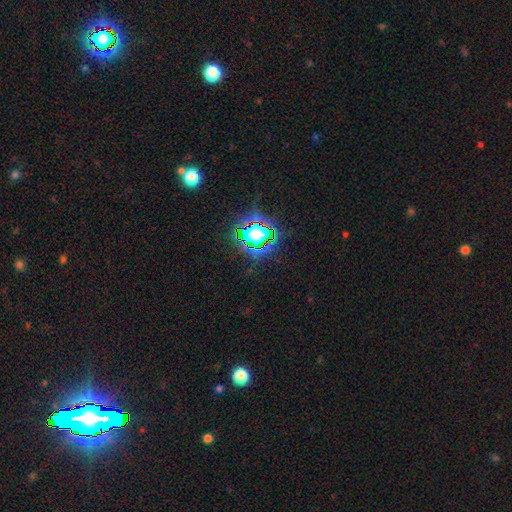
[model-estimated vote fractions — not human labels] The model was most divided on "smooth or featured": star or artifact: 79%, smooth: 13%, featured or disk: 8%.